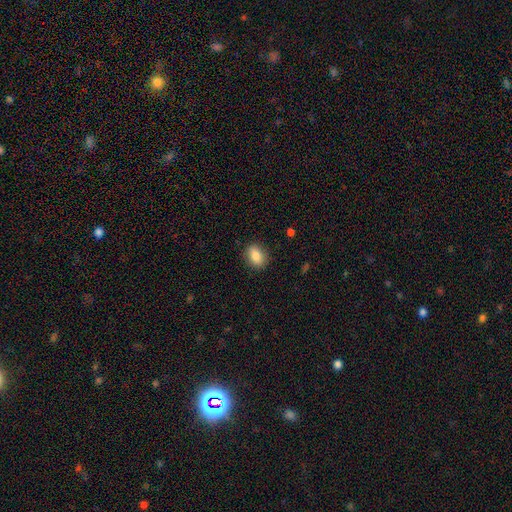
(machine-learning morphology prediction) This appears to be a smooth galaxy with no disk features (86%) that is in between round and cigar-shaped (72%). Merging: none (88%).